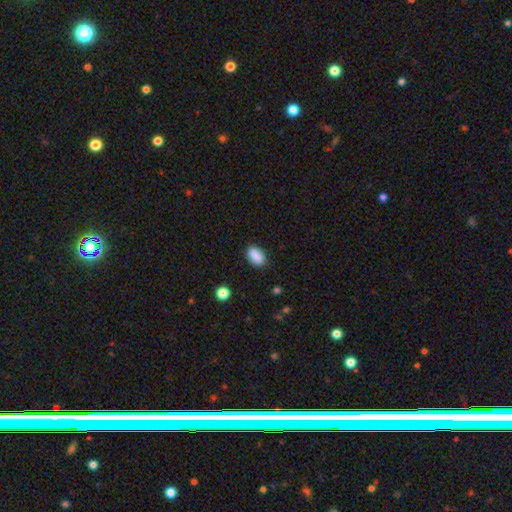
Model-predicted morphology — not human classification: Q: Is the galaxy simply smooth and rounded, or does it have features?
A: smooth — 88%.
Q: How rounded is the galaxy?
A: in between — 89%.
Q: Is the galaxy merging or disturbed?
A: none — 84%.